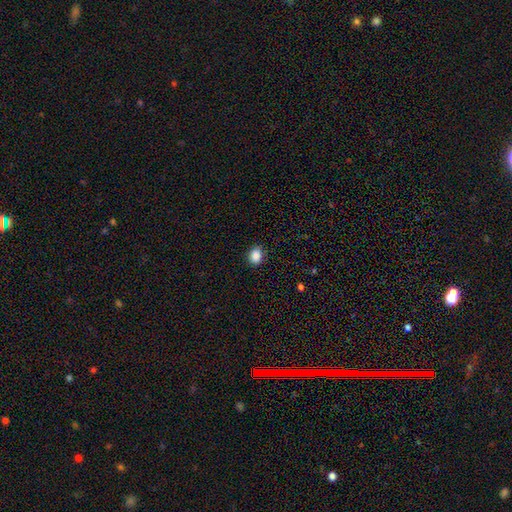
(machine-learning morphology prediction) This appears to be a smooth galaxy with no disk features (87%) that is in between round and cigar-shaped (58%). Merging: none (88%).